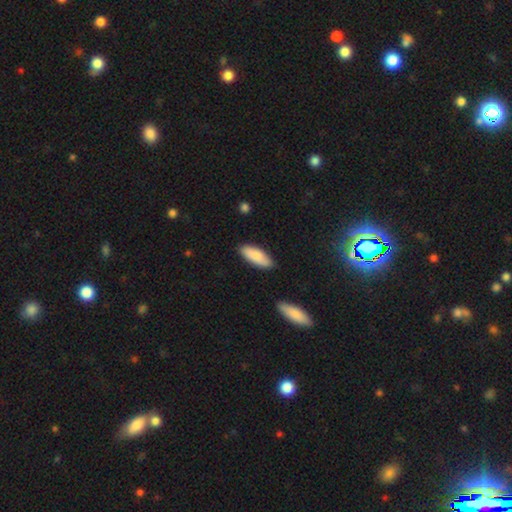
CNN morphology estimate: A smooth galaxy with no disk features (83%) that is in between round and cigar-shaped (71%).

Vote fractions:
- Smooth or featured? smooth: 83% / featured or disk: 11% / star or artifact: 5%
- How rounded? in between: 71% / cigar-shaped: 27% / round: 2%
- Merging? none: 85% / minor disturbance: 11% / major disturbance: 2% / merger: 2%